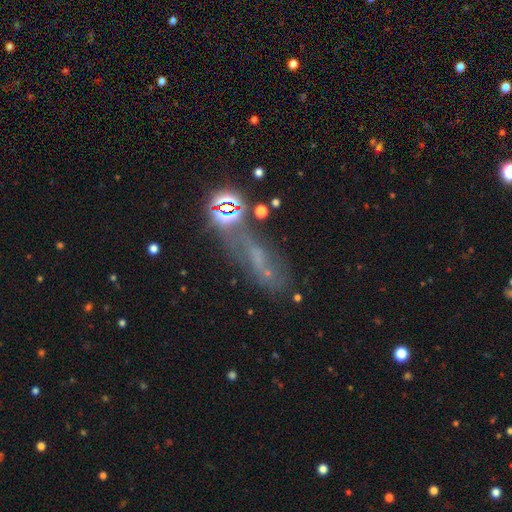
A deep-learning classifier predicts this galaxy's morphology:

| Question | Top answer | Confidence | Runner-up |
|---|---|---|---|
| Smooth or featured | featured or disk | 36% | star or artifact (35%) |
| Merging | none | 48% | minor disturbance (20%) |